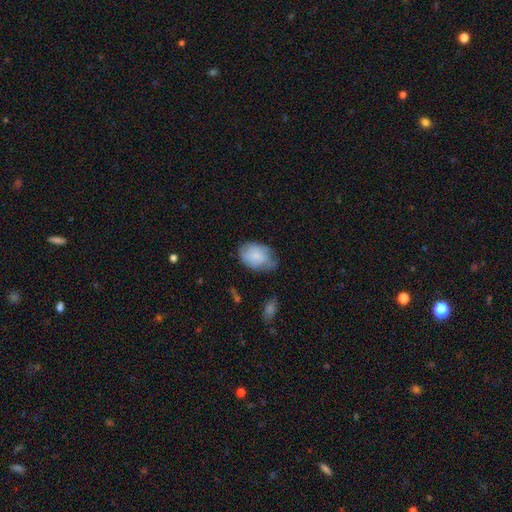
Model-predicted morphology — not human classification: Smooth or featured? Predicted: smooth (p=0.71). How rounded? Predicted: in between (p=0.83). Merging? Predicted: none (p=0.51).